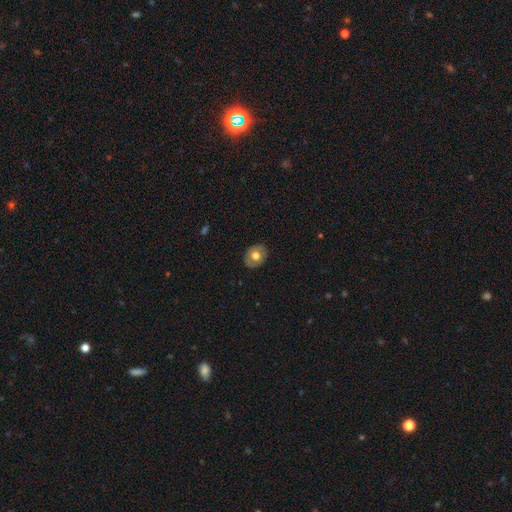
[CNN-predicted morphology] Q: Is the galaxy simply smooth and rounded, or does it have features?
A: smooth — 66%.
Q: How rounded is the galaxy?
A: in between — 51%.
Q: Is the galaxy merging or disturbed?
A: none — 85%.